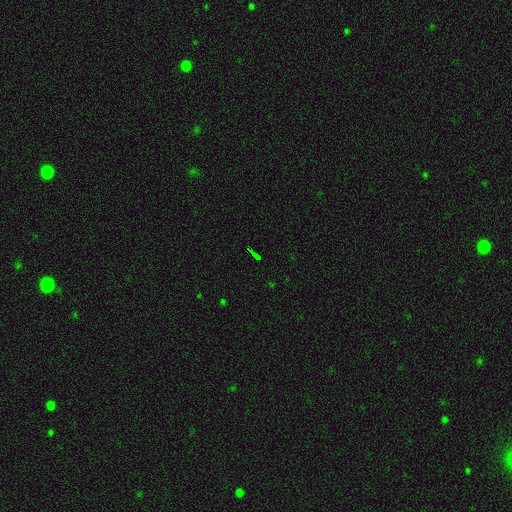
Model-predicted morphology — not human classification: Smooth or featured? Predicted: star or artifact (p=0.66).